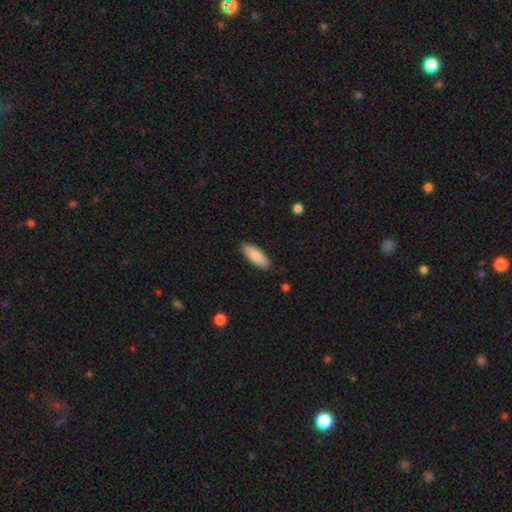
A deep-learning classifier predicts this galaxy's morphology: Smooth or featured? smooth (88%)
How rounded? in between (70%)
Merging? none (88%)